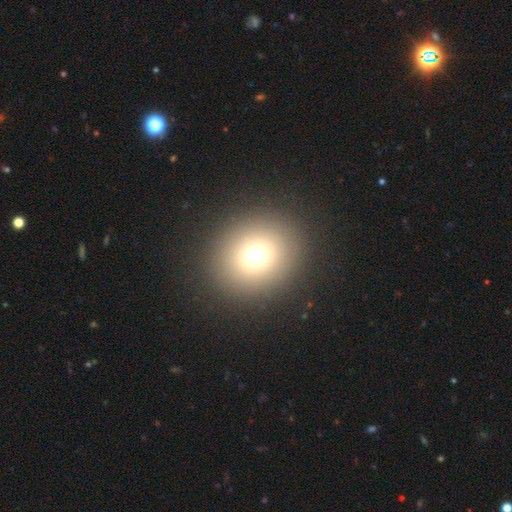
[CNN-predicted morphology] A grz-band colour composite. It shows a smooth galaxy with no disk features (70%) that is round (79%). Merging: none (89%).